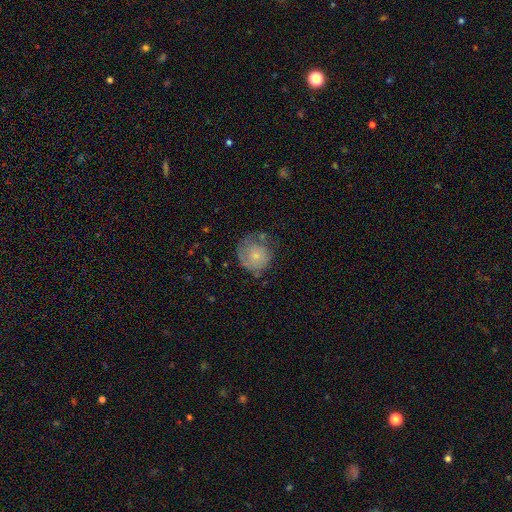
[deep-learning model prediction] Morphology: type=smooth (61%); roundness=round (85%); merging=none (48%).